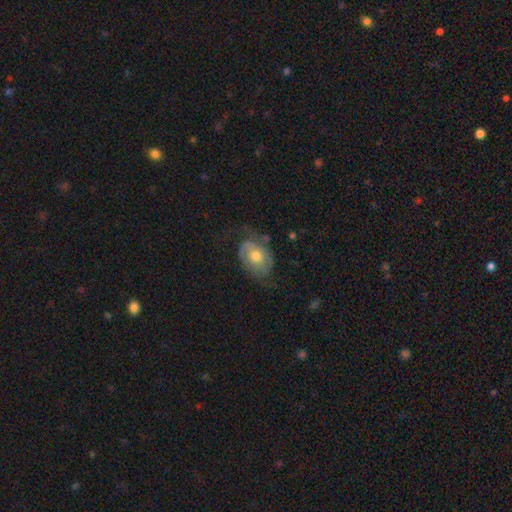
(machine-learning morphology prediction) The model was most divided on "smooth or featured": featured or disk: 54%, smooth: 39%, star or artifact: 7%. Remaining: edge-on disk — no (95%); bar — no (76%); spiral arms — yes (72%); bulge size — moderate (68%); merging — none (50%).